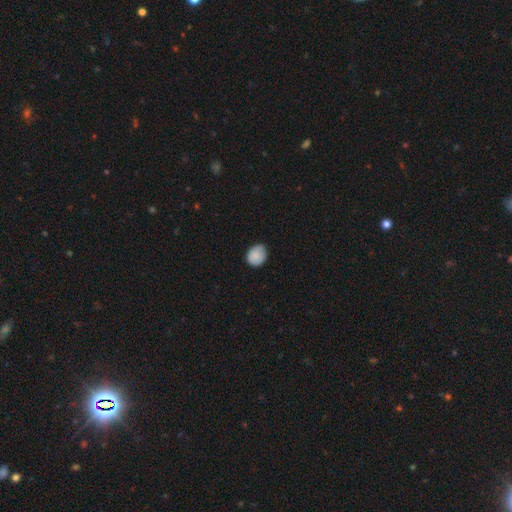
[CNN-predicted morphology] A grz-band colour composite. It shows a smooth galaxy with no disk features (86%) that is round (65%). Merging: none (77%).